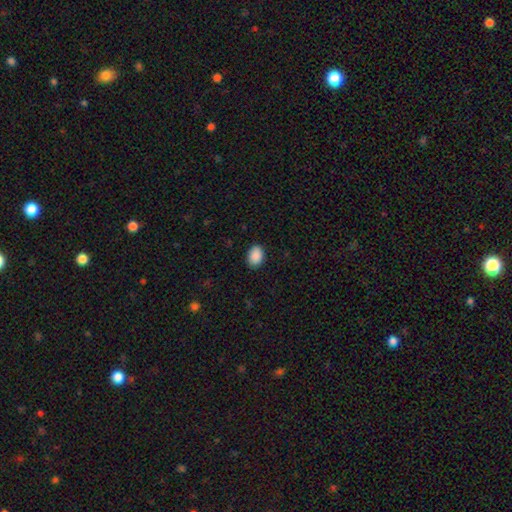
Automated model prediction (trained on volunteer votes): Morphology: type=smooth (90%); roundness=in between (79%); merging=none (88%).